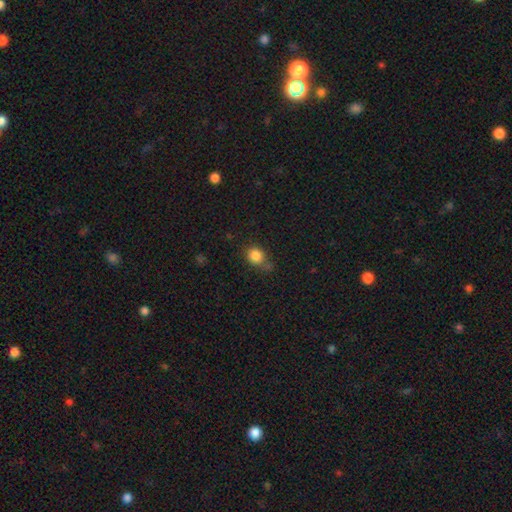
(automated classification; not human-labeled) A smooth galaxy with no disk features (83%) that is round (79%).

Vote fractions:
- Smooth or featured? smooth: 83% / star or artifact: 11% / featured or disk: 6%
- How rounded? round: 79% / in between: 20% / cigar-shaped: 1%
- Merging? none: 61% / minor disturbance: 21% / merger: 11% / major disturbance: 7%